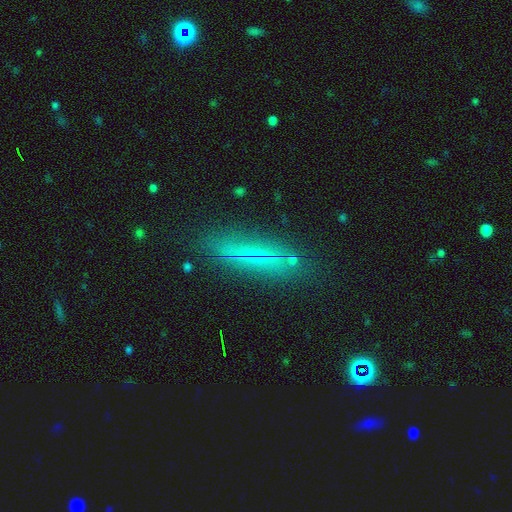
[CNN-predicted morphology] Smooth or featured?
  - smooth: 60% *
  - featured or disk: 28%
  - star or artifact: 12%
How rounded?
  - cigar-shaped: 86% *
  - in between: 12%
  - round: 2%
Merging?
  - none: 81% *
  - minor disturbance: 13%
  - major disturbance: 4%
  - merger: 3%